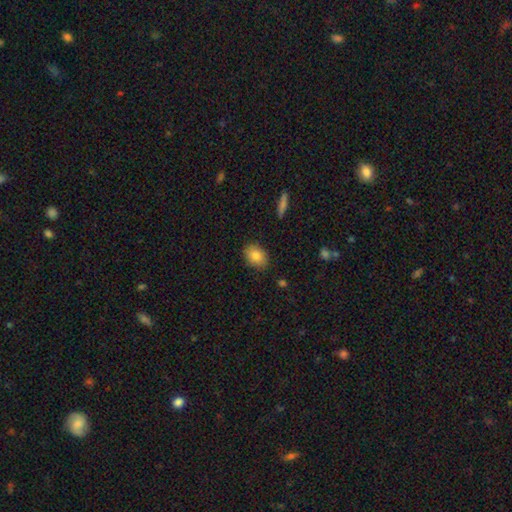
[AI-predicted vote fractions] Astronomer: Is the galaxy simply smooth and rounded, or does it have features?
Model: smooth — 82%.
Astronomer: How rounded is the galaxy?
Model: in between — 70%.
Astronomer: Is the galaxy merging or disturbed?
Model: none — 86%.